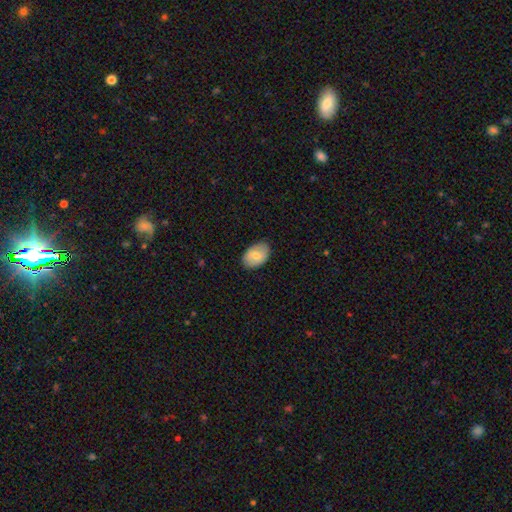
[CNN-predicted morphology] Smooth or featured: smooth — 71% (featured or disk — 23%)
How rounded: in between — 85% (round — 13%)
Merging: none — 82% (minor disturbance — 15%)